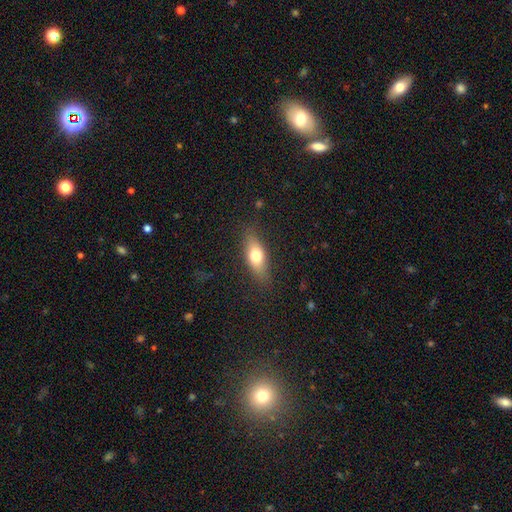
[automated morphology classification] smooth_or_featured: smooth (p=0.67) [alt: featured or disk p=0.26]
how_rounded: in between (p=0.65) [alt: cigar-shaped p=0.30]
merging: none (p=0.83) [alt: minor disturbance p=0.13]